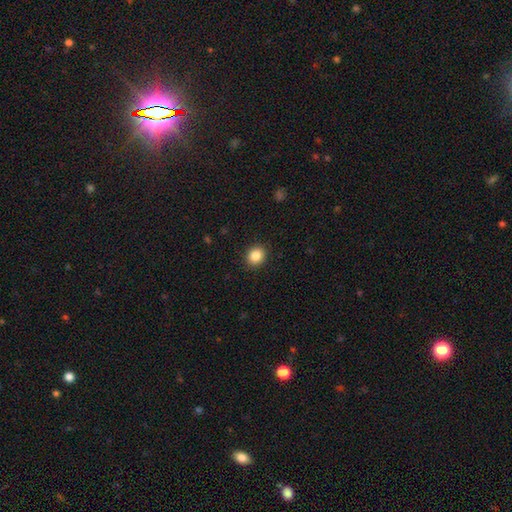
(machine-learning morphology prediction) smooth_or_featured: smooth (p=0.86) [alt: star or artifact p=0.10]
how_rounded: round (p=0.74) [alt: in between p=0.25]
merging: none (p=0.91) [alt: minor disturbance p=0.06]